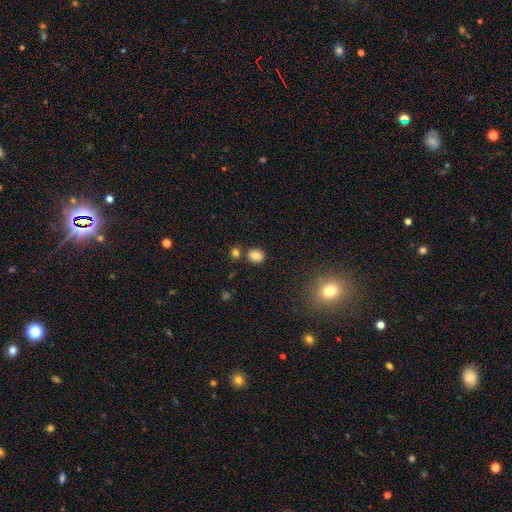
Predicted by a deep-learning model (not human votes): Smooth or featured? Predicted: smooth (p=0.83). How rounded? Predicted: in between (p=0.51). Merging? Predicted: none (p=0.75).